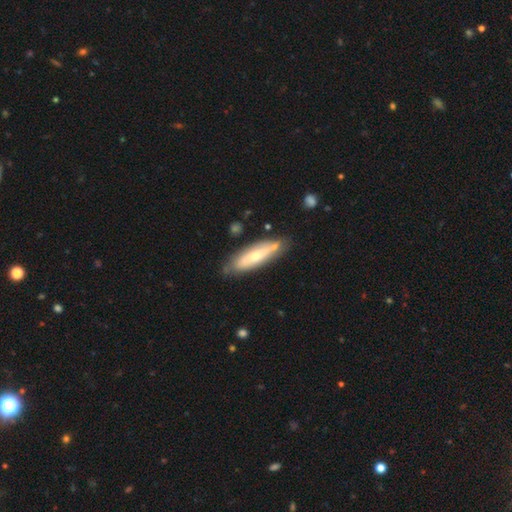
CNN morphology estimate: This appears to be a smooth galaxy with no disk features (51%) that is cigar-shaped (59%). Merging: none (76%).